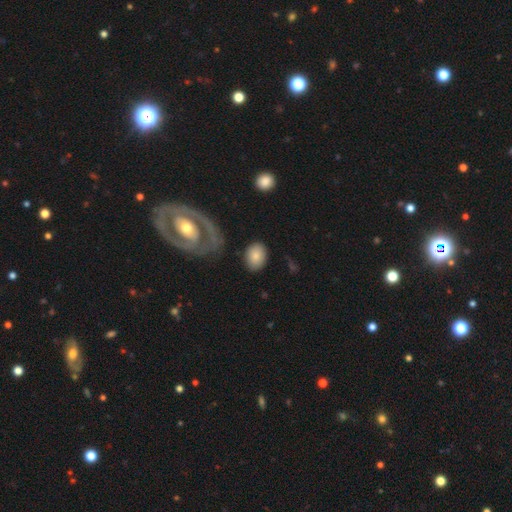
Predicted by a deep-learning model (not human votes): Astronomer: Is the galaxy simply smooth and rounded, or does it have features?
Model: smooth — 82%.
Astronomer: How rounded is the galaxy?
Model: in between — 71%.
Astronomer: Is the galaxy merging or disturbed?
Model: none — 81%.